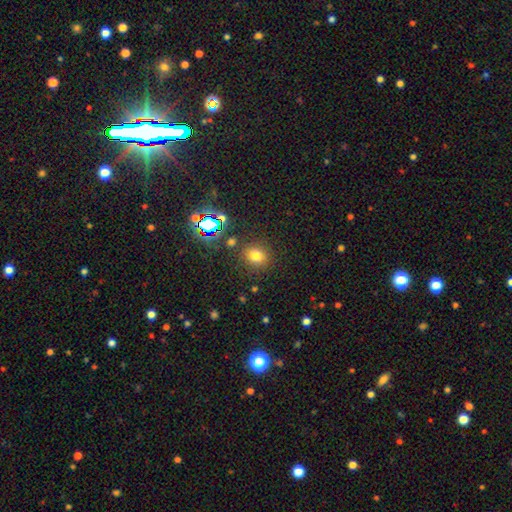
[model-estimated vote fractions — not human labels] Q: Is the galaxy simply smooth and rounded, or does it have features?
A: smooth — 72%.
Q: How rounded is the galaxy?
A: round — 71%.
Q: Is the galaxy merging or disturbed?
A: none — 83%.